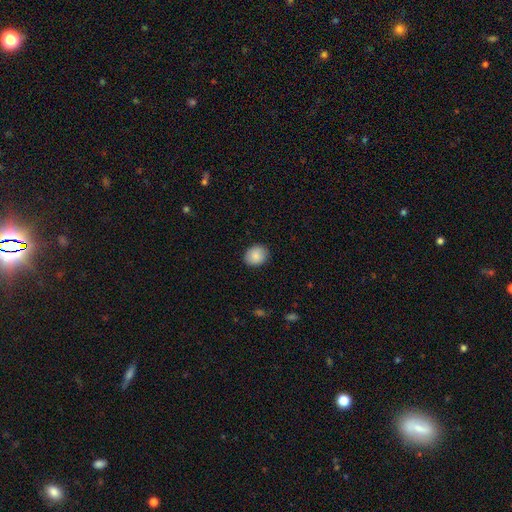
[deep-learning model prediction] Smooth or featured? smooth (88%)
How rounded? round (56%)
Merging? none (88%)